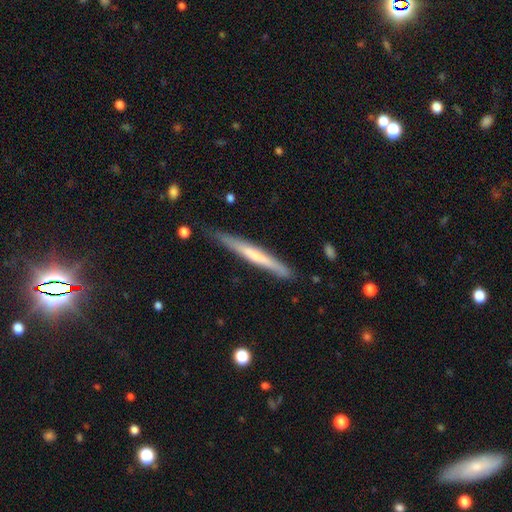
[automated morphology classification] This appears to be a smooth galaxy with no disk features (50%). Merging: none (81%).